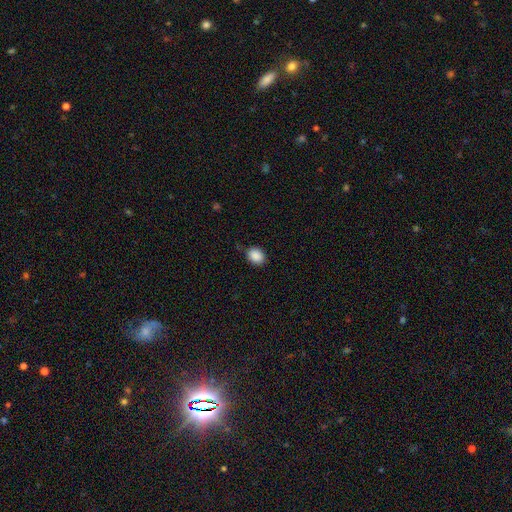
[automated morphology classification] Q: Smooth or featured?
A: smooth (89%); runner-up: star or artifact (8%)
Q: How rounded?
A: in between (59%); runner-up: round (40%)
Q: Merging?
A: none (84%); runner-up: minor disturbance (12%)